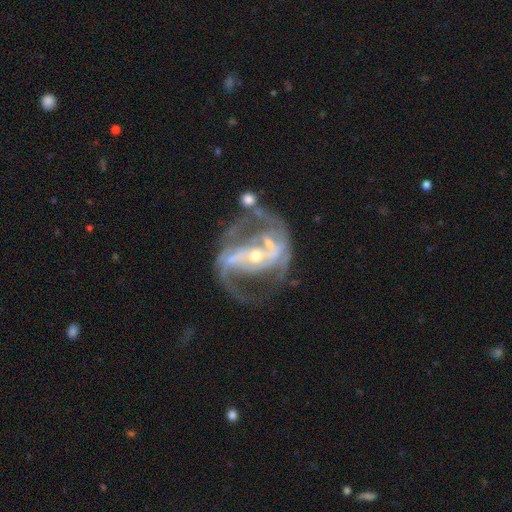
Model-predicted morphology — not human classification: A featured or disk galaxy (89%) with a strong bar (48%), 2 (79%) medium (51%) spiral arms (90%) and a small central bulge (54%). Merging: none (36%).